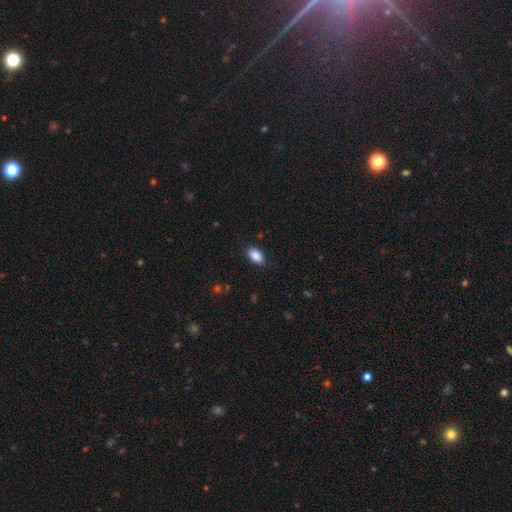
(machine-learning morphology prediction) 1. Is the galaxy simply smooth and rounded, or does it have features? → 89% smooth, 7% star or artifact, 4% featured or disk.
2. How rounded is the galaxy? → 92% in between, 6% round, 2% cigar-shaped.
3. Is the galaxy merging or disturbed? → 85% none, 11% minor disturbance, 3% major disturbance, 1% merger.